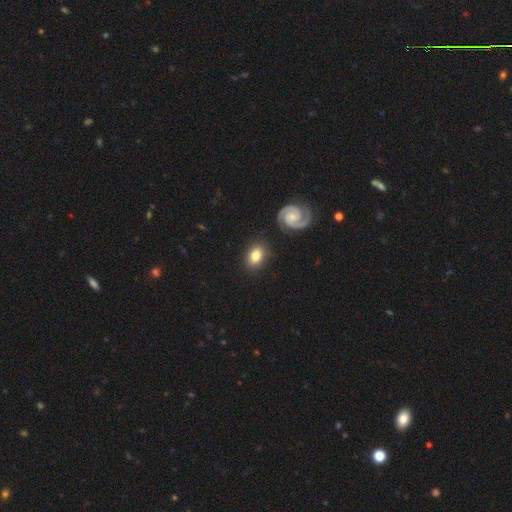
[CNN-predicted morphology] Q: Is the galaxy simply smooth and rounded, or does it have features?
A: smooth — 70%.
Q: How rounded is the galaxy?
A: in between — 73%.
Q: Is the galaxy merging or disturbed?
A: none — 83%.